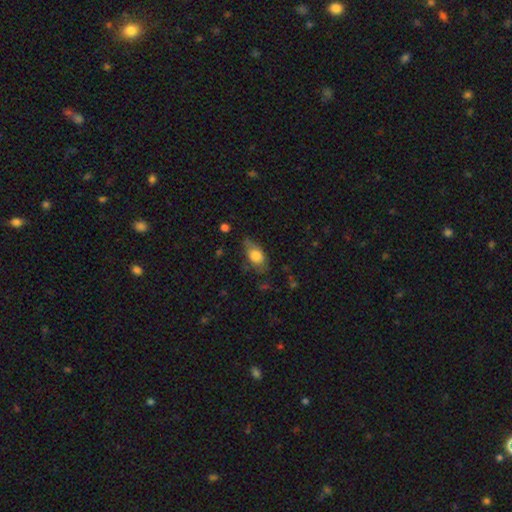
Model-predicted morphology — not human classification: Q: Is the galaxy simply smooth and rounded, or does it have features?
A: smooth — 75%.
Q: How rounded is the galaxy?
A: in between — 86%.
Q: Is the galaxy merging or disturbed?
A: none — 55%.